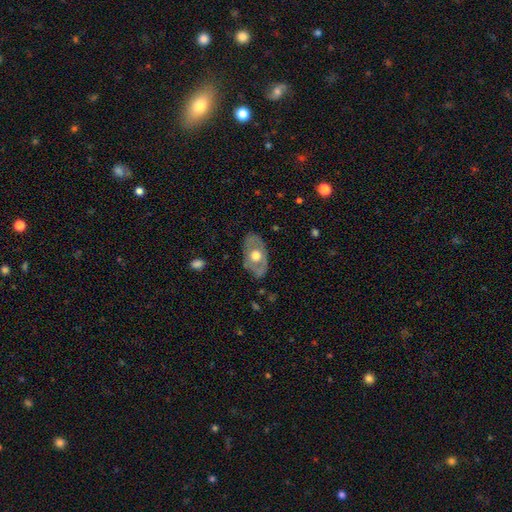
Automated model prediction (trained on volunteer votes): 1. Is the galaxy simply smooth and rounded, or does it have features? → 54% featured or disk, 41% smooth, 5% star or artifact.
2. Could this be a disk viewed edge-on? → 87% no, 13% yes.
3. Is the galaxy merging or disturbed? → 77% none, 17% minor disturbance, 5% major disturbance, 1% merger.